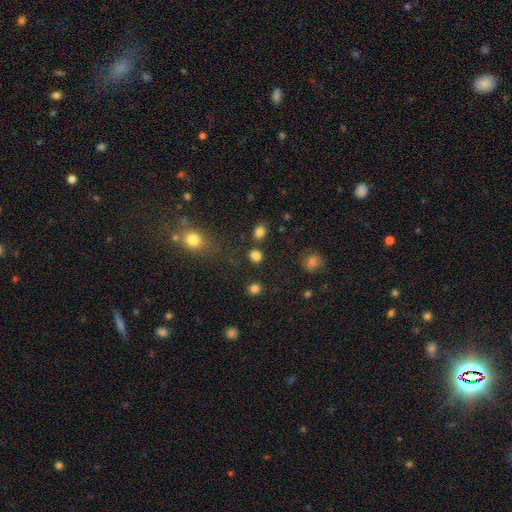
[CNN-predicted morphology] smooth_or_featured: smooth (p=0.81) [alt: star or artifact p=0.14]
how_rounded: round (p=0.66) [alt: in between p=0.32]
merging: none (p=0.78) [alt: minor disturbance p=0.09]